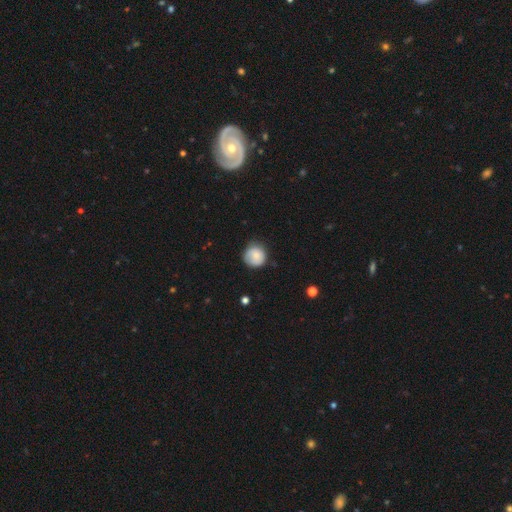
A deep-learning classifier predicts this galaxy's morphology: Smooth or featured?
  - smooth: 81% *
  - featured or disk: 11%
  - star or artifact: 8%
How rounded?
  - round: 92% *
  - in between: 7%
  - cigar-shaped: 1%
Merging?
  - none: 74% *
  - minor disturbance: 21%
  - major disturbance: 4%
  - merger: 1%